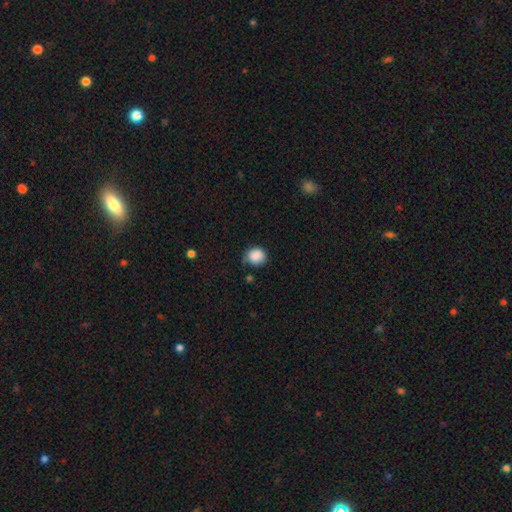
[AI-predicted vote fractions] Smooth or featured?
  - smooth: 87% *
  - star or artifact: 8%
  - featured or disk: 4%
How rounded?
  - round: 78% *
  - in between: 21%
  - cigar-shaped: 1%
Merging?
  - none: 60% *
  - minor disturbance: 30%
  - major disturbance: 7%
  - merger: 3%